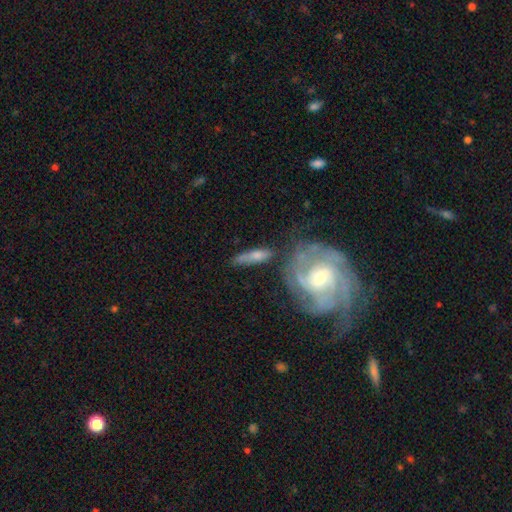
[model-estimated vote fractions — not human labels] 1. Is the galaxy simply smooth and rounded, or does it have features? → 53% smooth, 40% featured or disk, 7% star or artifact.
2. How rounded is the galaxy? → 56% cigar-shaped, 38% in between, 6% round.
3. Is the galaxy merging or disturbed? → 54% none, 21% minor disturbance, 14% merger, 11% major disturbance.